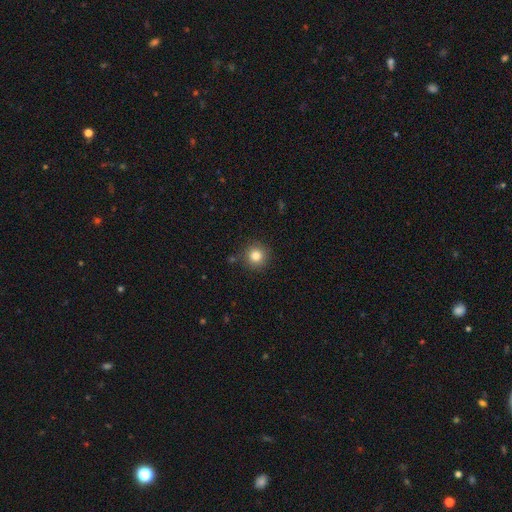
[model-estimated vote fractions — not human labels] Morphology: type=smooth (82%); roundness=round (95%); merging=none (88%).